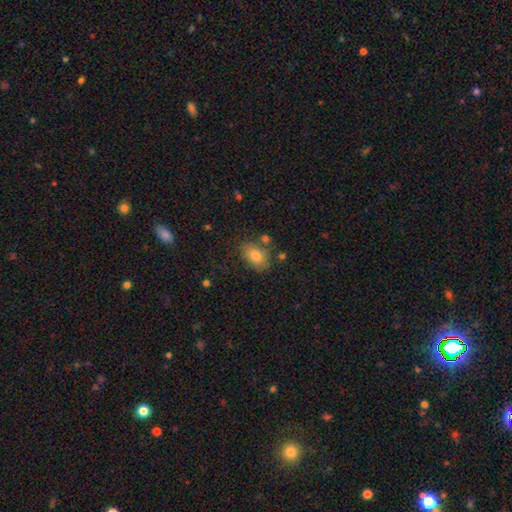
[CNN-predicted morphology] Q: Smooth or featured?
A: smooth (79%); runner-up: featured or disk (12%)
Q: How rounded?
A: in between (80%); runner-up: round (19%)
Q: Merging?
A: none (72%); runner-up: minor disturbance (16%)